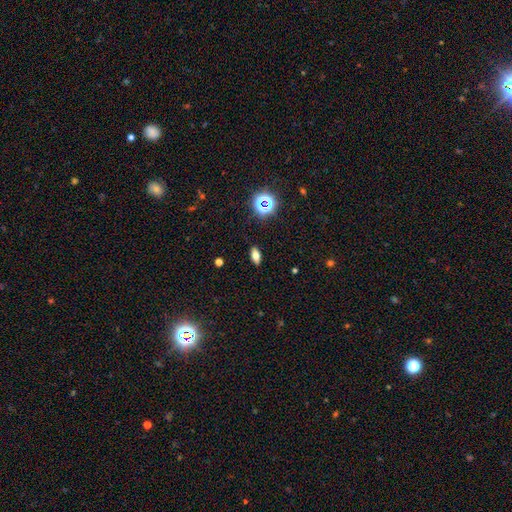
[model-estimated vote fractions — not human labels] The model was most divided on "smooth or featured": smooth: 69%, star or artifact: 16%, featured or disk: 16%. More confident: merging — none (89%); how rounded — in between (80%).